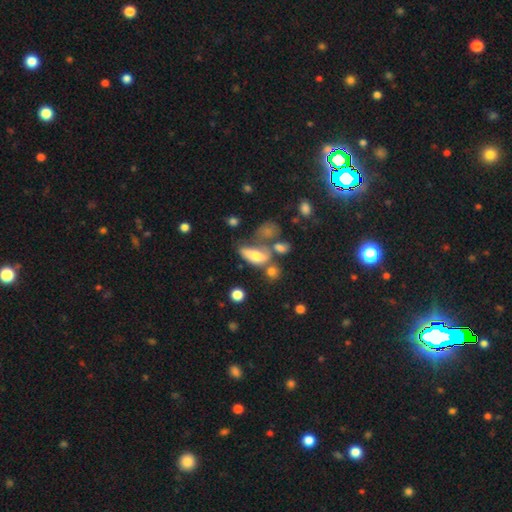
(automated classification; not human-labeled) Overall: smooth (67%). How rounded: in between (80%). Merging: merger (31%, tied with none).